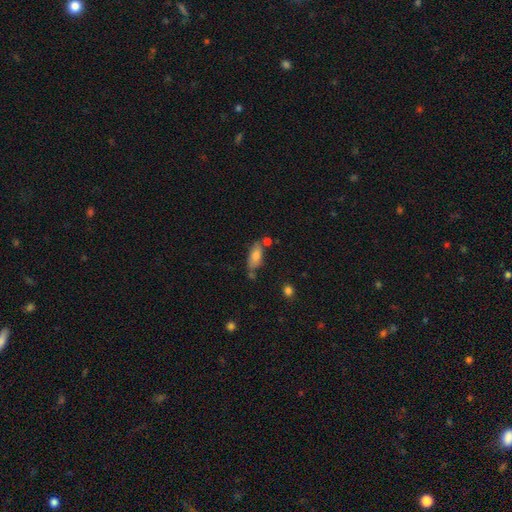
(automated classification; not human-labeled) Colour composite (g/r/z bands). It shows a smooth galaxy with no disk features (76%) that is in between round and cigar-shaped (79%). Merging: none (58%).